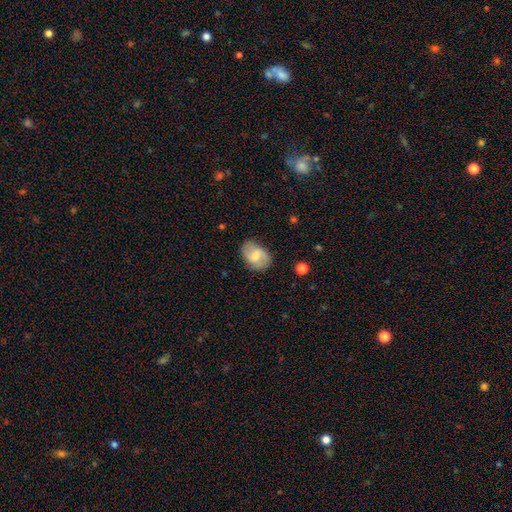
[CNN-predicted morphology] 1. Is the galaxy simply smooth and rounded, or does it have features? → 53% smooth, 40% featured or disk, 7% star or artifact.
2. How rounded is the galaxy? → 81% in between, 17% round, 1% cigar-shaped.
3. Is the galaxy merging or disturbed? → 77% none, 17% minor disturbance, 4% major disturbance, 1% merger.